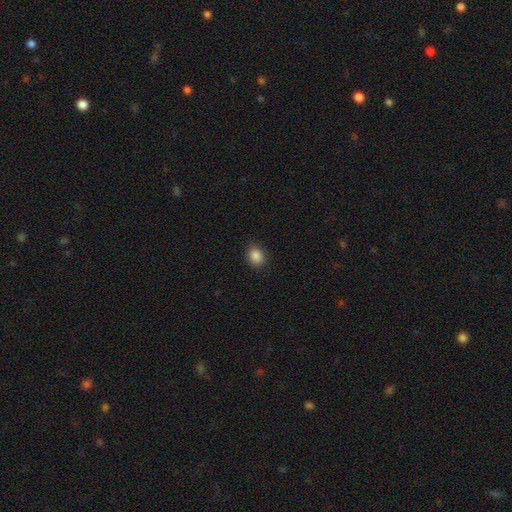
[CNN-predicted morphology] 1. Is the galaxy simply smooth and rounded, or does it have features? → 87% smooth, 10% star or artifact, 3% featured or disk.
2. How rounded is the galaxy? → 51% in between, 48% round, 1% cigar-shaped.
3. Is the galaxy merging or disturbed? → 88% none, 9% minor disturbance, 2% major disturbance, 1% merger.